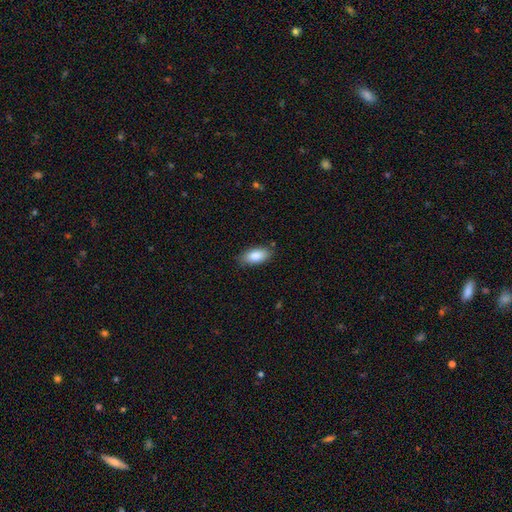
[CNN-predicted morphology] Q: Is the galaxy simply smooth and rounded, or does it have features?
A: smooth — 86%.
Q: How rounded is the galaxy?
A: in between — 89%.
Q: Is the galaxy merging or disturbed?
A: none — 82%.